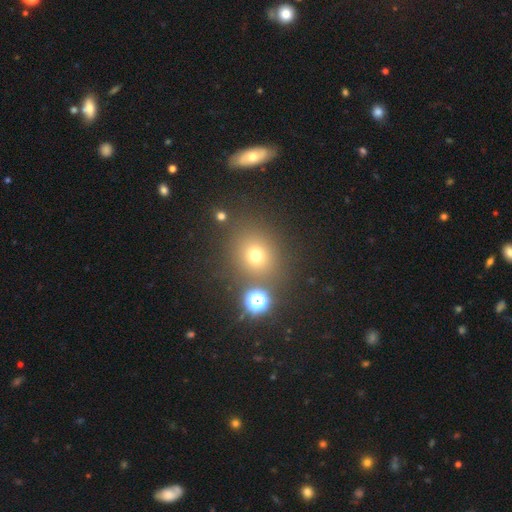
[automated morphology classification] This is likely a smooth galaxy (68%). How rounded: likely round (80%). Merging: likely none (80%).